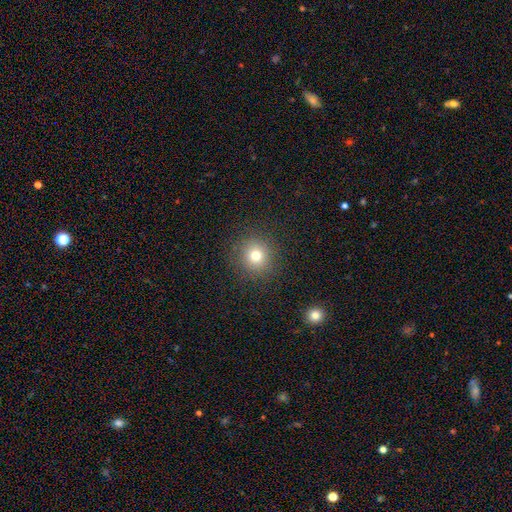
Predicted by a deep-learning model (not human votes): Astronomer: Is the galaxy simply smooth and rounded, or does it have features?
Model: smooth — 75%.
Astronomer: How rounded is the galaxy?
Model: round — 92%.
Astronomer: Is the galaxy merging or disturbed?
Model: none — 89%.